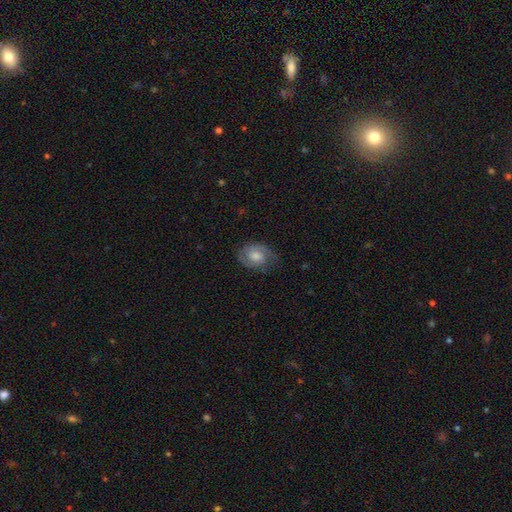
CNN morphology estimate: Smooth or featured? Predicted: featured or disk (p=0.63). Edge-on disk? Predicted: no (p=0.97). Bar? Predicted: no (p=0.64). Spiral arms? Predicted: yes (p=0.88). Spiral winding? Predicted: tight (p=0.50). Spiral arm count? Predicted: 2 (p=0.74). Bulge size? Predicted: moderate (p=0.59). Merging? Predicted: none (p=0.74).